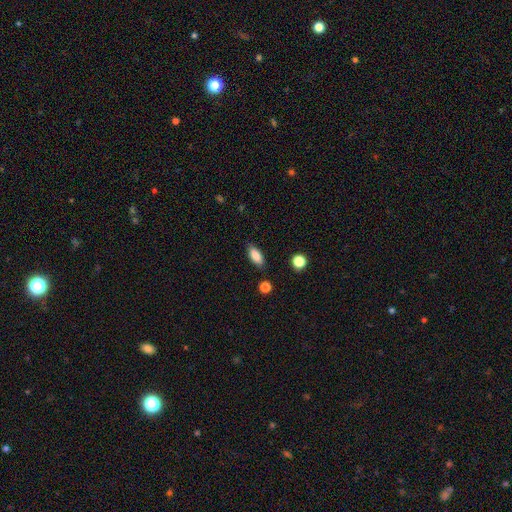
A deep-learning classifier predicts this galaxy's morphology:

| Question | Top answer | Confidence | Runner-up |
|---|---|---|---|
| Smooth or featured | smooth | 85% | star or artifact (8%) |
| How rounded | in between | 82% | cigar-shaped (15%) |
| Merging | none | 85% | minor disturbance (11%) |